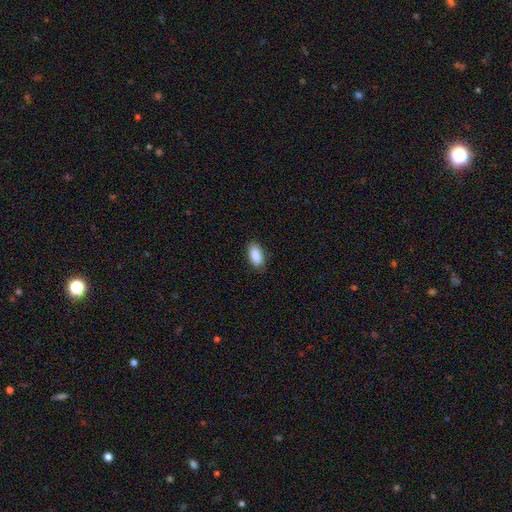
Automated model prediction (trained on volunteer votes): This appears to be a smooth galaxy with no disk features (88%) that is in between round and cigar-shaped (90%). Merging: none (80%).